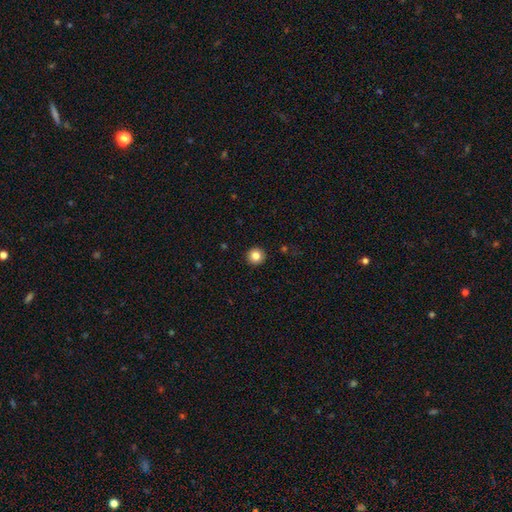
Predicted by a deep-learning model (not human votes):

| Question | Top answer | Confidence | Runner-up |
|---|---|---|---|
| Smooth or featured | smooth | 83% | star or artifact (10%) |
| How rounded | round | 95% | in between (4%) |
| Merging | none | 93% | minor disturbance (4%) |